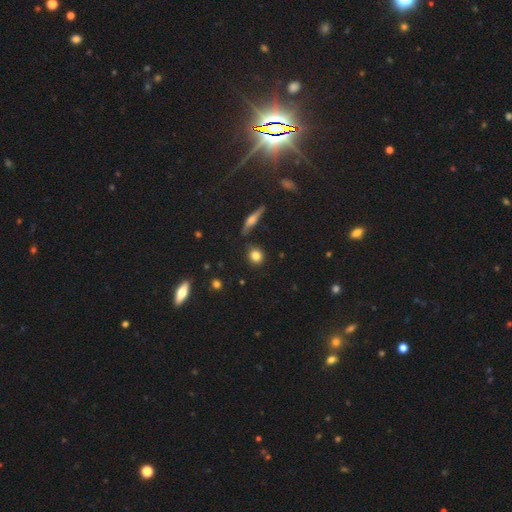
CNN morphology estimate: Q: Smooth or featured?
A: smooth (82%); runner-up: star or artifact (10%)
Q: How rounded?
A: round (79%); runner-up: in between (18%)
Q: Merging?
A: none (79%); runner-up: minor disturbance (13%)